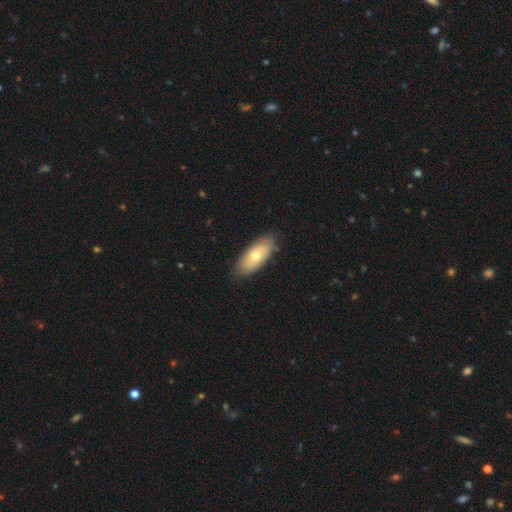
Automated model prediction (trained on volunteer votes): smooth_or_featured: smooth (p=0.64) [alt: featured or disk p=0.31]
how_rounded: in between (p=0.88) [alt: cigar-shaped p=0.09]
merging: none (p=0.82) [alt: minor disturbance p=0.14]